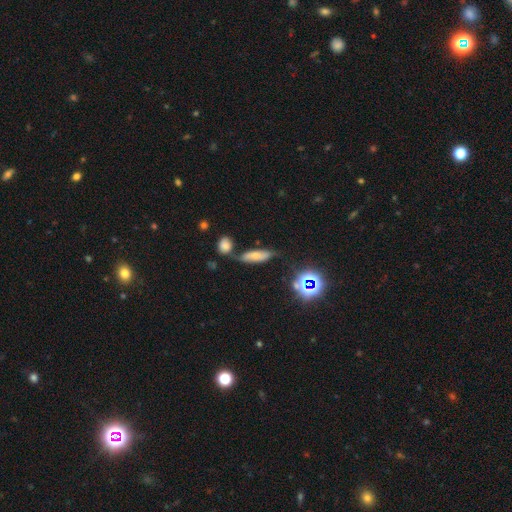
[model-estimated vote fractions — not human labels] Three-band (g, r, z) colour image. It shows a smooth galaxy with no disk features (58%) that is in between round and cigar-shaped (50%). Merging: none (56%).